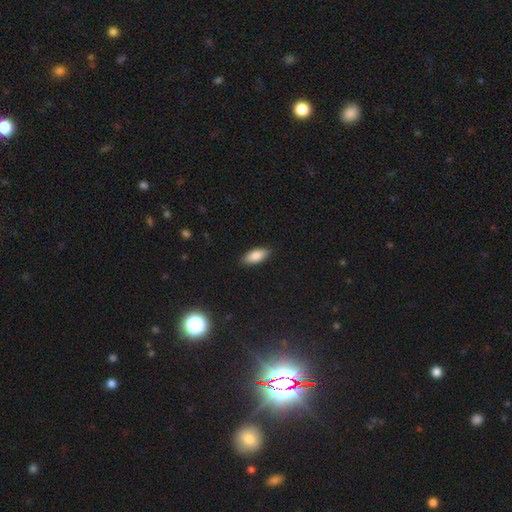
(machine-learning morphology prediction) The model was most divided on "how rounded": in between: 85%, cigar-shaped: 12%, round: 2%. More confident: merging — none (88%); smooth or featured — smooth (85%).